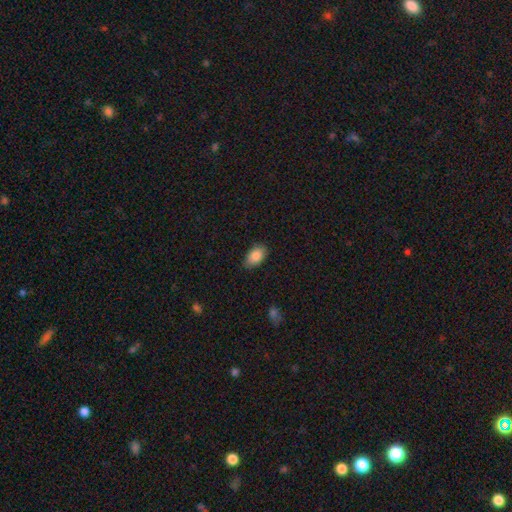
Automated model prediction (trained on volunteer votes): A smooth galaxy with no disk features (87%) that is in between round and cigar-shaped (92%).

Vote fractions:
- Smooth or featured? smooth: 87% / star or artifact: 7% / featured or disk: 6%
- How rounded? in between: 92% / round: 6% / cigar-shaped: 2%
- Merging? none: 80% / minor disturbance: 16% / major disturbance: 3% / merger: 1%